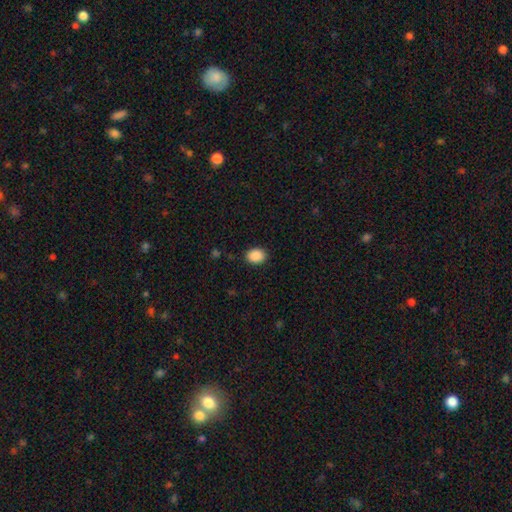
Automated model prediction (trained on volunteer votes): The model was most divided on "how rounded": in between: 59%, round: 40%, cigar-shaped: 1%. More confident: smooth or featured — smooth (89%); merging — none (89%).